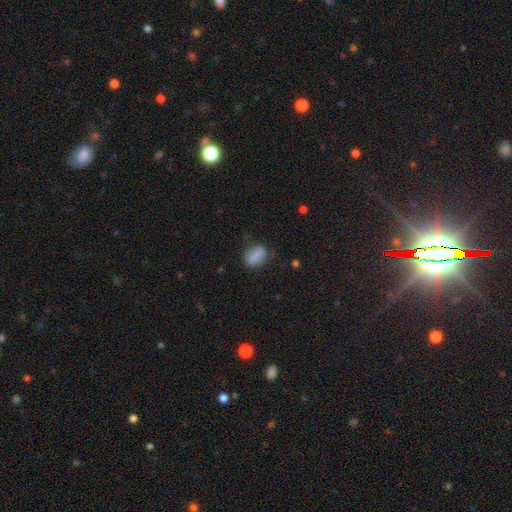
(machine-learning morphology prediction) Smooth or featured? smooth (84%)
How rounded? in between (80%)
Merging? none (73%)